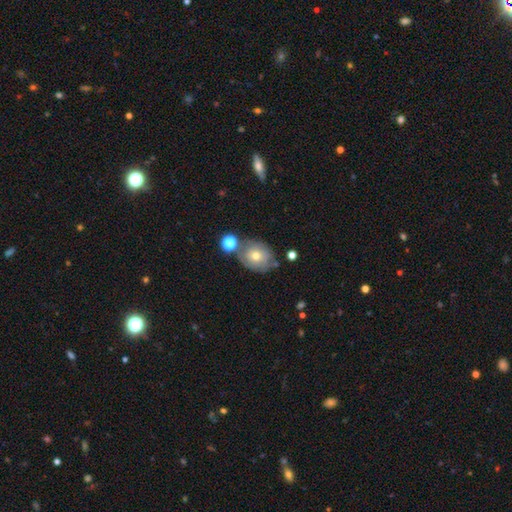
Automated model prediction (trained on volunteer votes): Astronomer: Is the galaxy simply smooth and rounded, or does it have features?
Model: smooth — 59%.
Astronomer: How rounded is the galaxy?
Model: round — 62%.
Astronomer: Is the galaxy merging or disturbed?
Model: none — 58%.